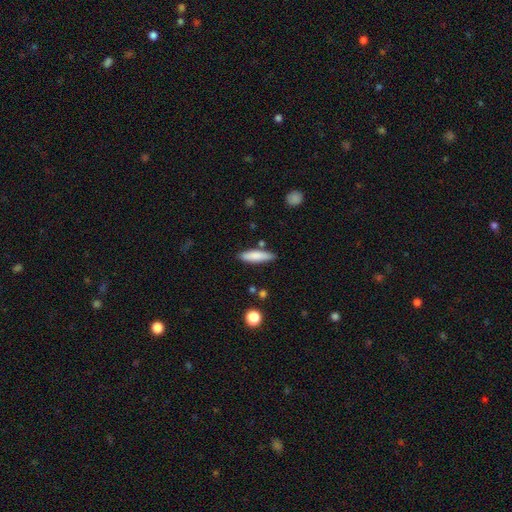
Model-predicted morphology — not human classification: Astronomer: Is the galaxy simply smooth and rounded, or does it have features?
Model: smooth — 81%.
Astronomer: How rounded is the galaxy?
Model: cigar-shaped — 67%.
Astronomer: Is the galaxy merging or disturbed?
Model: none — 81%.